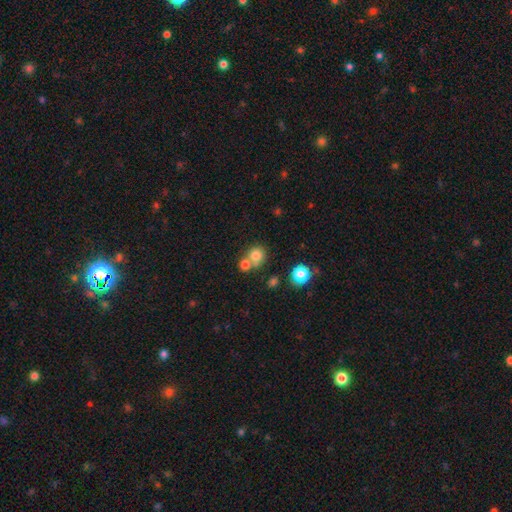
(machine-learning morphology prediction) Smooth or featured? smooth (77%)
How rounded? round (82%)
Merging? none (52%)